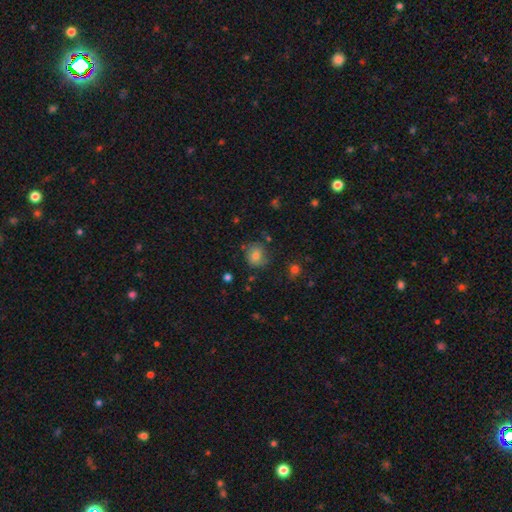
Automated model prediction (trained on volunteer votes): smooth_or_featured: smooth (p=0.75) [alt: featured or disk p=0.13]
how_rounded: round (p=0.76) [alt: in between p=0.23]
merging: none (p=0.72) [alt: minor disturbance p=0.19]